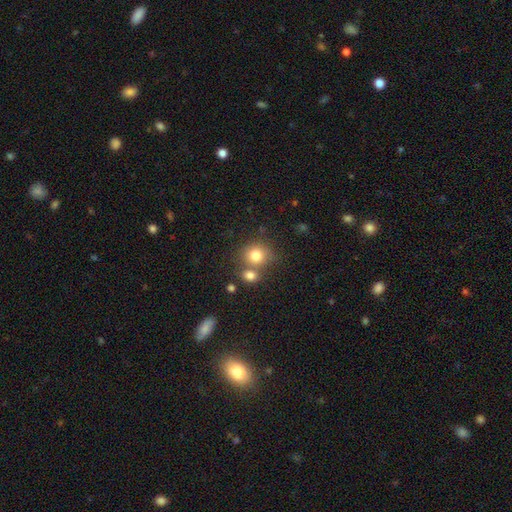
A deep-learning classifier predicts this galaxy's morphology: smooth 79%, star or artifact 11%, featured or disk 10%. Down the decision tree: how rounded — round (81%); merging — none (55%).